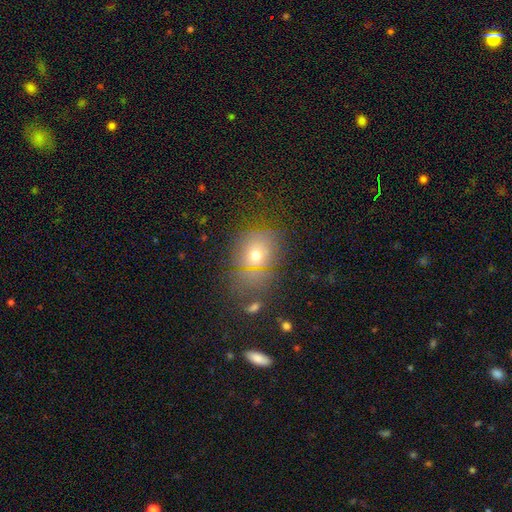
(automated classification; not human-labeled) Smooth or featured: smooth — 63% (star or artifact — 21%)
How rounded: round — 62% (in between — 36%)
Merging: none — 71% (minor disturbance — 16%)